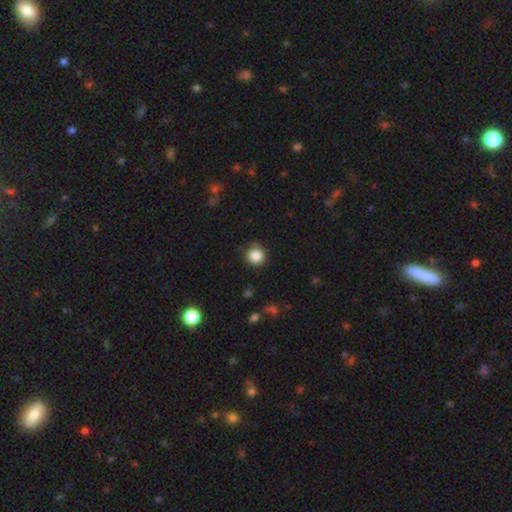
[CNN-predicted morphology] A smooth galaxy with no disk features (85%) that is round (94%). Merging: none (85%).